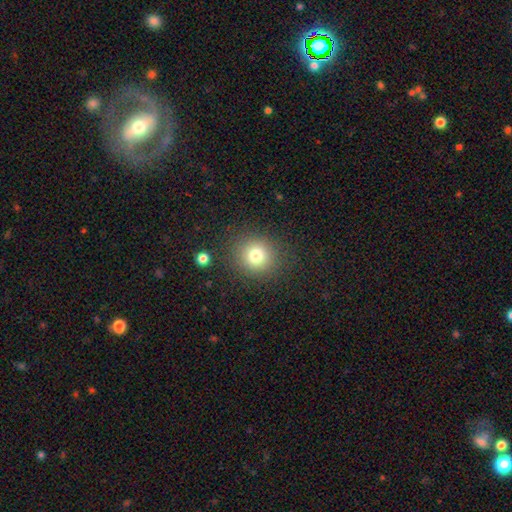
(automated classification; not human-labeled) This is likely a smooth galaxy (77%). How rounded: clearly round (88%). Merging: clearly none (86%).